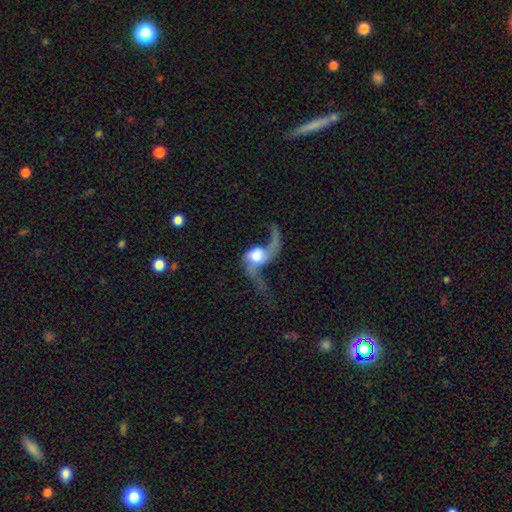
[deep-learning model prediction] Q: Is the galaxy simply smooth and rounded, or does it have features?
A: featured or disk — 71%.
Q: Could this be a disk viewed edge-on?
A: no — 93%.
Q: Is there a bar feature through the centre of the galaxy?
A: no — 72%.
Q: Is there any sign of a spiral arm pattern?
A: yes — 85%.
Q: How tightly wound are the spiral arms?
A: loose — 91%.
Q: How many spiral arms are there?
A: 2 — 69%.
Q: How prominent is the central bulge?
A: moderate — 40%.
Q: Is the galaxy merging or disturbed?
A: major disturbance — 51%.